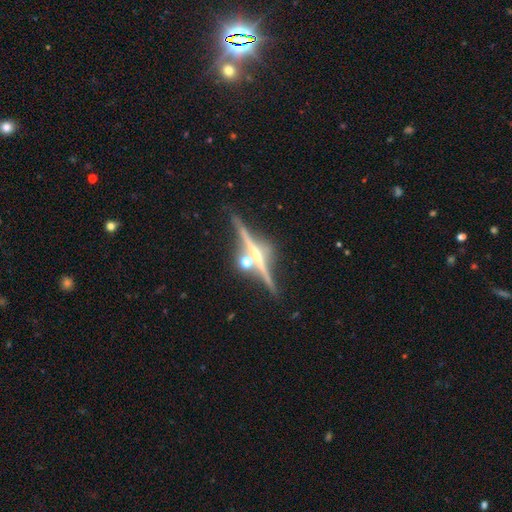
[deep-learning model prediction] featured or disk 82%, star or artifact 9%, smooth 9%. Down the decision tree: edge-on disk — yes (97%); edge-on bulge — rounded (79%); merging — none (78%).